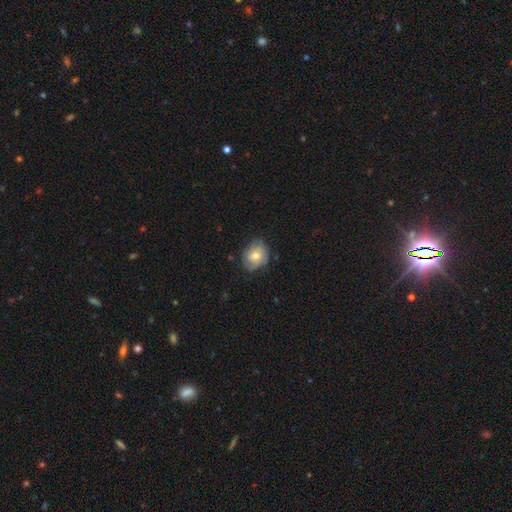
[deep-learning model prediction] A smooth galaxy with no disk features (64%) that is in between round and cigar-shaped (51%).

Vote fractions:
- Smooth or featured? smooth: 64% / featured or disk: 29% / star or artifact: 7%
- How rounded? in between: 51% / round: 48% / cigar-shaped: 1%
- Merging? none: 68% / minor disturbance: 25% / major disturbance: 5% / merger: 1%